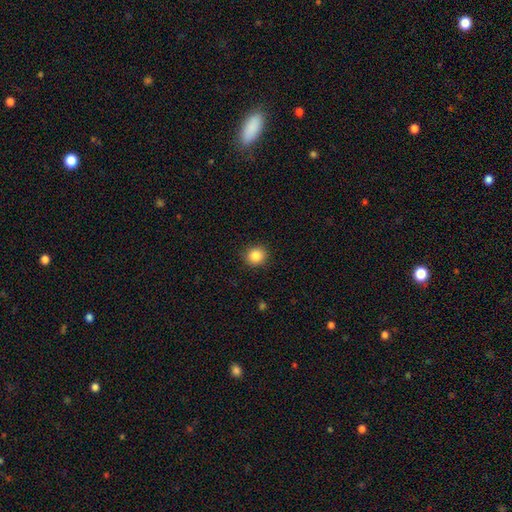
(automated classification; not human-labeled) A smooth galaxy with no disk features (85%) that is round (89%). Merging: none (90%).